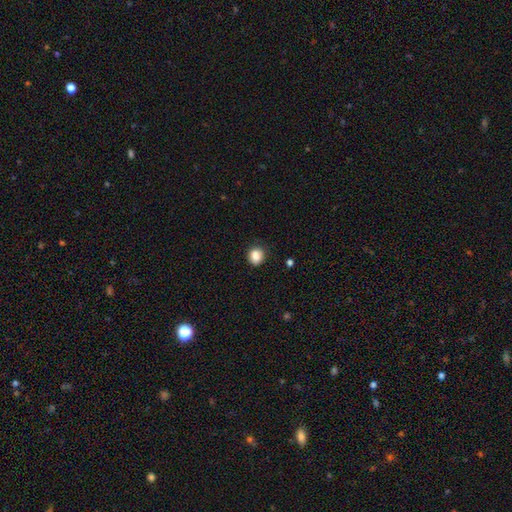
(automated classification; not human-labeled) Smooth or featured? smooth (86%)
How rounded? round (73%)
Merging? none (83%)